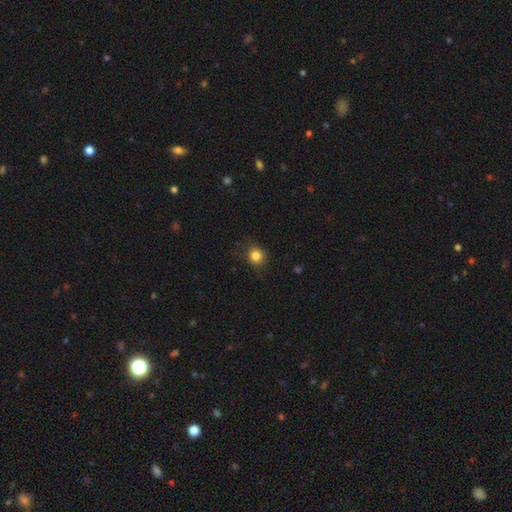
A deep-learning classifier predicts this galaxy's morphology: Smooth or featured? smooth (84%)
How rounded? round (86%)
Merging? none (83%)